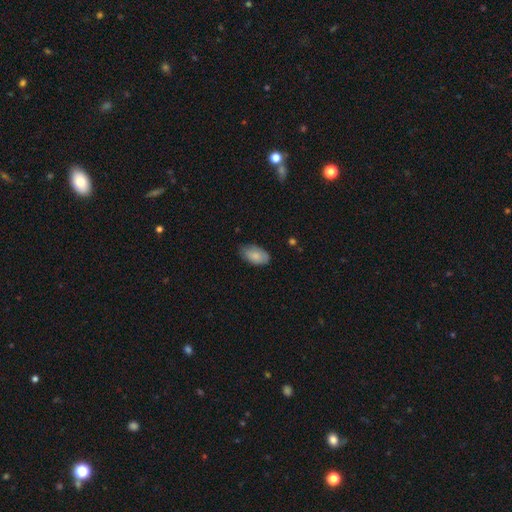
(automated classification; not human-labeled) This appears to be a smooth galaxy with no disk features (81%) that is in between round and cigar-shaped (94%). Merging: none (72%).